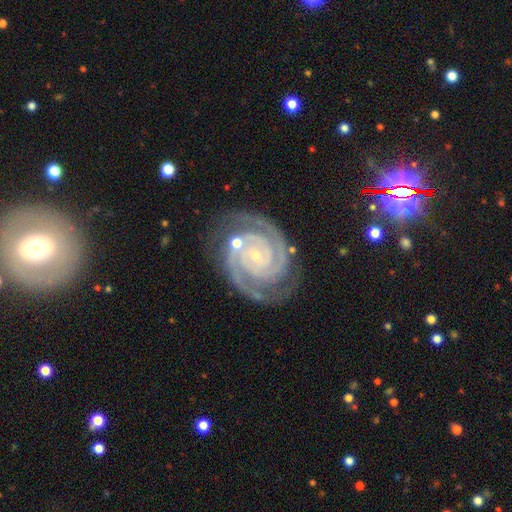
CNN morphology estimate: Smooth or featured?
  - featured or disk: 93% *
  - star or artifact: 4%
  - smooth: 2%
Edge-on disk?
  - no: 98% *
  - yes: 2%
Bar?
  - no: 64% *
  - weak: 23%
  - strong: 13%
Spiral arms?
  - yes: 99% *
  - no: 1%
Spiral winding?
  - tight: 83% *
  - medium: 15%
  - loose: 2%
Spiral arm count?
  - 2: 80% *
  - 3: 10%
  - can't tell: 3%
  - 4: 3%
  - more than 4: 2%
  - 1: 2%
Bulge size?
  - small: 84% *
  - moderate: 11%
  - none: 3%
  - large: 1%
  - dominant: 1%
Merging?
  - none: 80% *
  - minor disturbance: 13%
  - major disturbance: 4%
  - merger: 4%